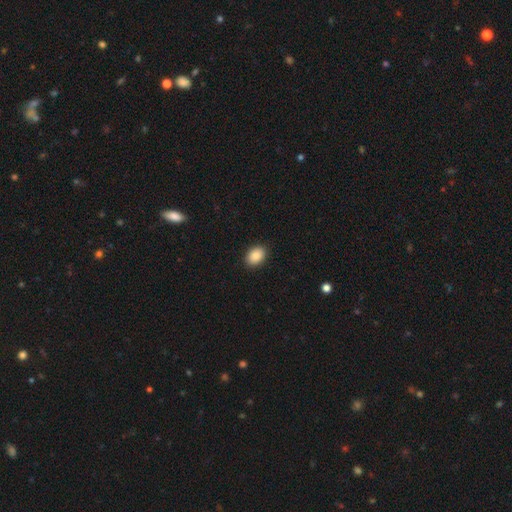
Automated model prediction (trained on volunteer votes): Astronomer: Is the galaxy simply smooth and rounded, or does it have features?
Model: smooth — 89%.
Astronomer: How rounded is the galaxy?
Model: in between — 80%.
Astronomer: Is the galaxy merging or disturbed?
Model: none — 90%.